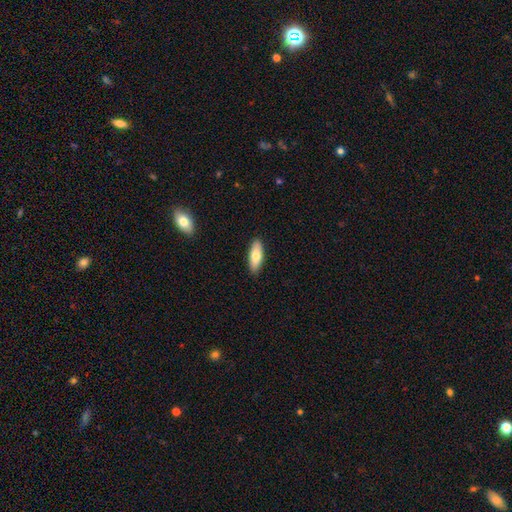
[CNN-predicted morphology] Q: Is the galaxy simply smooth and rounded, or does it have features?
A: smooth — 75%.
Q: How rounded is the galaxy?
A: in between — 69%.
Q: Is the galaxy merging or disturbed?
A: none — 90%.